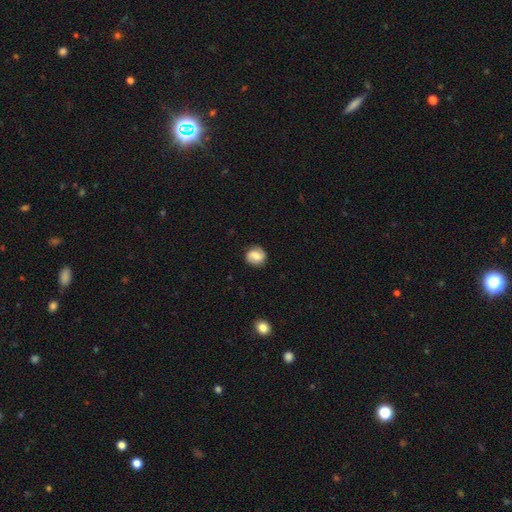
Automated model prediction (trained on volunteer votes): The model was most divided on "smooth or featured": smooth: 48%, featured or disk: 43%, star or artifact: 8%. More confident: merging — none (85%).